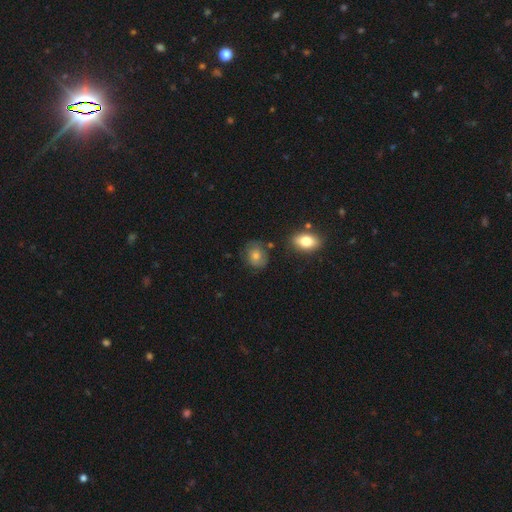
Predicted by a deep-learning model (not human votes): Smooth or featured? Predicted: smooth (p=0.67). How rounded? Predicted: round (p=0.54). Merging? Predicted: none (p=0.72).